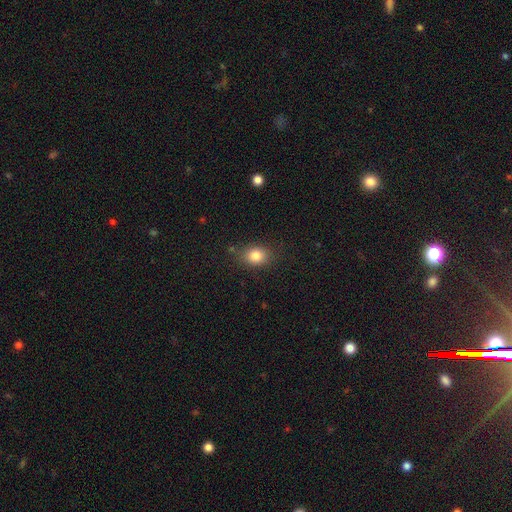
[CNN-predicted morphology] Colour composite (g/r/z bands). It shows a smooth galaxy with no disk features (83%) that is in between round and cigar-shaped (55%). Merging: none (79%).